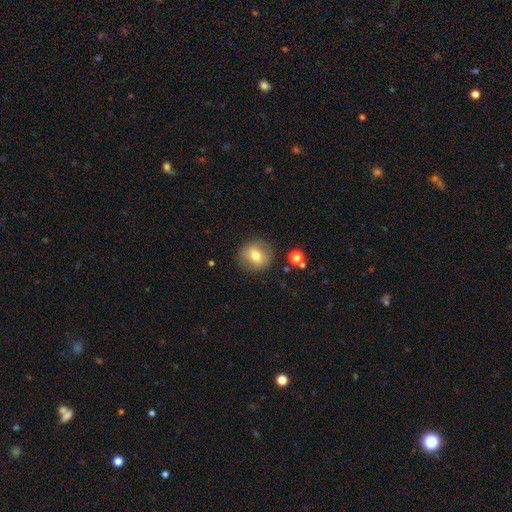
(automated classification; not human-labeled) smooth-or-featured: smooth: 70% | featured or disk: 21% | star or artifact: 9%
  how-rounded: round: 85% | in between: 14% | cigar-shaped: 1%
  merging: none: 86% | minor disturbance: 10% | major disturbance: 3% | merger: 2%